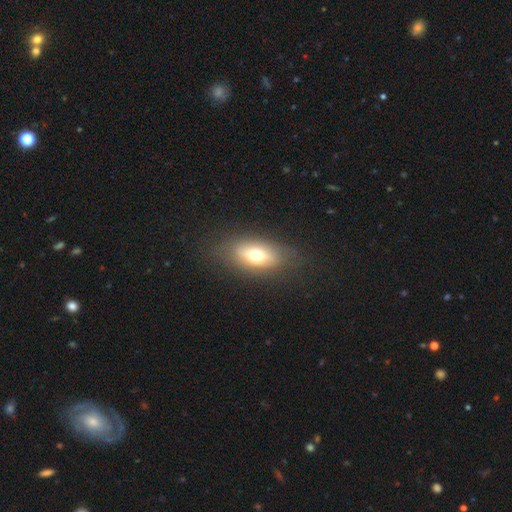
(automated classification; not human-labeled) smooth-or-featured: smooth: 65% | featured or disk: 25% | star or artifact: 9%
  how-rounded: in between: 81% | cigar-shaped: 10% | round: 9%
  merging: none: 79% | minor disturbance: 14% | major disturbance: 6% | merger: 1%